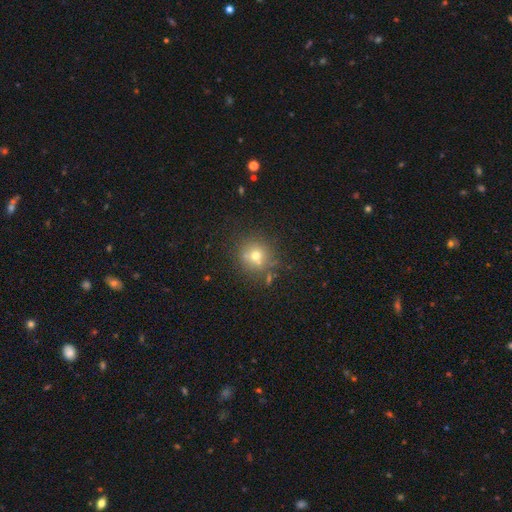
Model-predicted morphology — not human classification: A smooth galaxy with no disk features (64%) that is round (90%). Merging: none (69%).